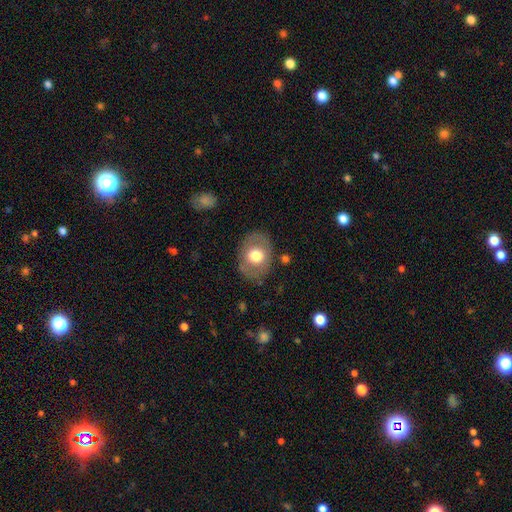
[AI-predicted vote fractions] Smooth or featured? smooth (62%)
How rounded? in between (55%)
Merging? none (80%)